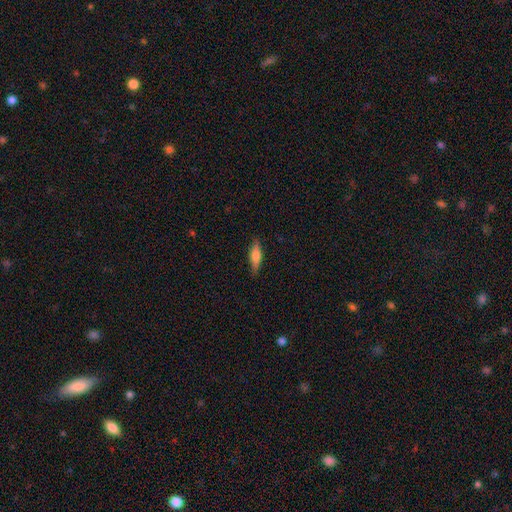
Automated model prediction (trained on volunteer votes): A smooth galaxy with no disk features (58%) that is cigar-shaped (59%). Merging: none (85%).